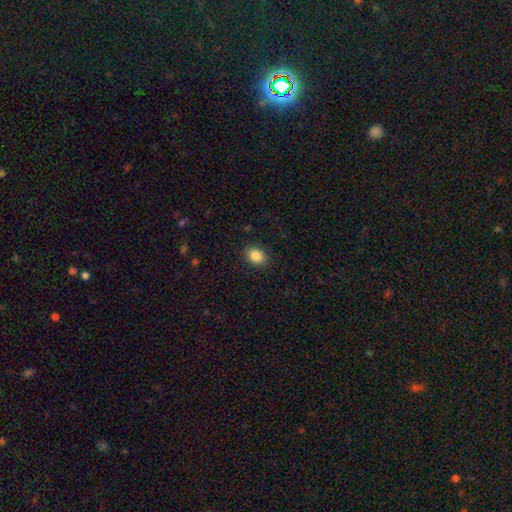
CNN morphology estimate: smooth-or-featured: smooth: 87% | star or artifact: 9% | featured or disk: 5%
  how-rounded: in between: 67% | round: 32% | cigar-shaped: 1%
  merging: none: 89% | minor disturbance: 8% | major disturbance: 2% | merger: 1%